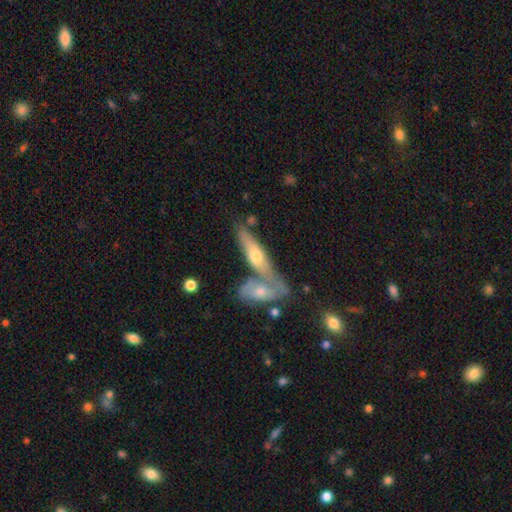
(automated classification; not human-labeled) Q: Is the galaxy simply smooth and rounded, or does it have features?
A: star or artifact — 37%.